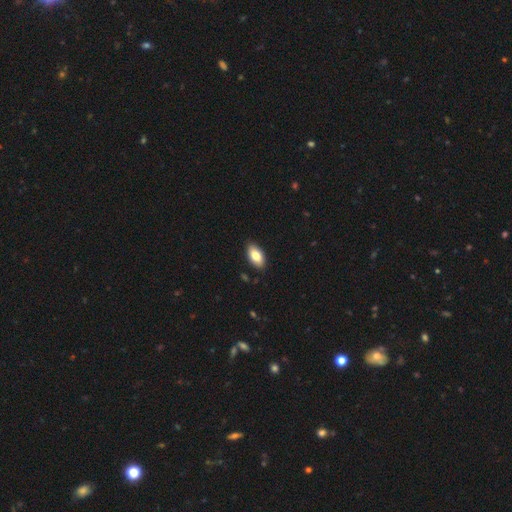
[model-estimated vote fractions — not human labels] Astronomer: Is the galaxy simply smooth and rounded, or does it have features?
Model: smooth — 83%.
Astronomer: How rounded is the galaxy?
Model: in between — 94%.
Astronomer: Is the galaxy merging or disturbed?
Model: none — 88%.